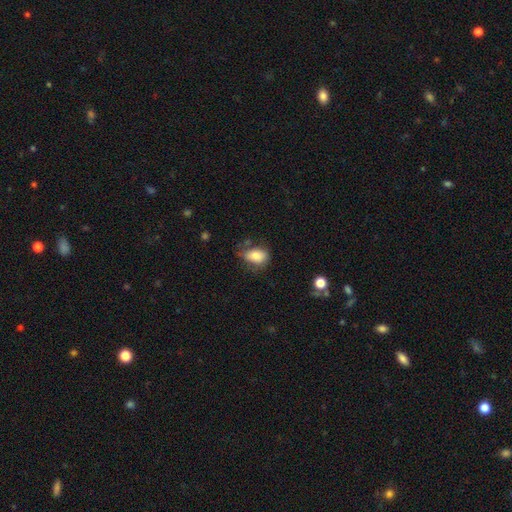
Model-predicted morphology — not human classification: smooth 79%, featured or disk 13%, star or artifact 8%. Down the decision tree: how rounded — in between (82%); merging — none (54%).